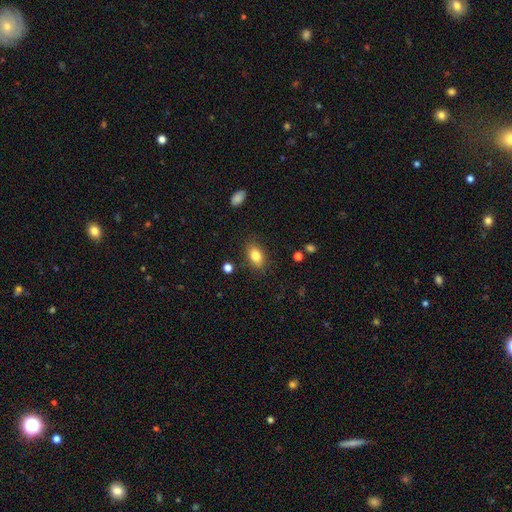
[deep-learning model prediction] This is clearly a smooth galaxy (82%). How rounded: clearly in between (82%). Merging: clearly none (83%).